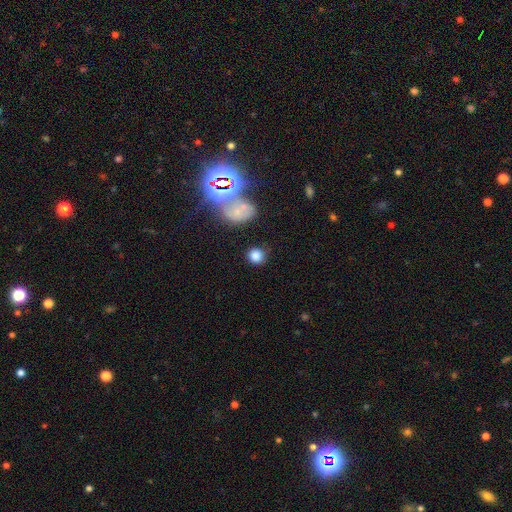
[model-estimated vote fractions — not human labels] smooth-or-featured: smooth: 79% | star or artifact: 14% | featured or disk: 7%
  how-rounded: round: 85% | in between: 13% | cigar-shaped: 1%
  merging: none: 75% | minor disturbance: 12% | merger: 6% | major disturbance: 6%